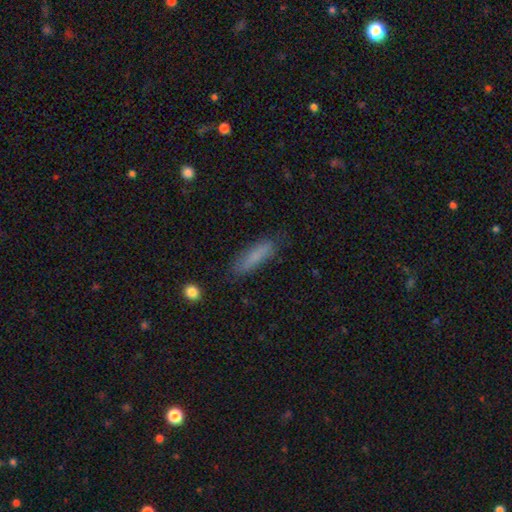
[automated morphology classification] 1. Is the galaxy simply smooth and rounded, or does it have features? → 78% smooth, 14% featured or disk, 7% star or artifact.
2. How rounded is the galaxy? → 73% cigar-shaped, 25% in between, 2% round.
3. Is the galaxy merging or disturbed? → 81% none, 14% minor disturbance, 3% major disturbance, 1% merger.